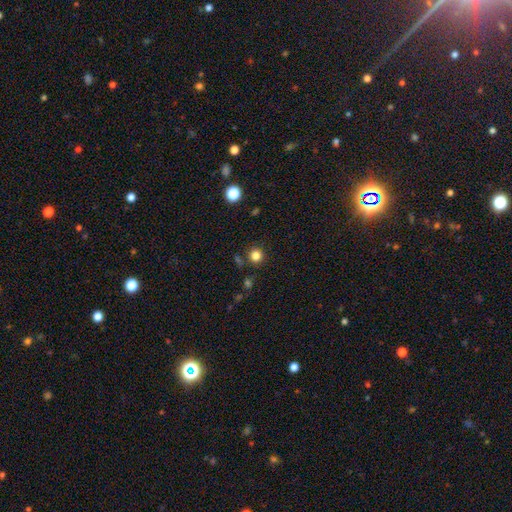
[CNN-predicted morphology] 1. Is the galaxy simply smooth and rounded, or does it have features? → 82% smooth, 14% star or artifact, 4% featured or disk.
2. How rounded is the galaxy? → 94% round, 5% in between, 1% cigar-shaped.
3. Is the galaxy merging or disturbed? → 86% none, 7% minor disturbance, 4% merger, 2% major disturbance.